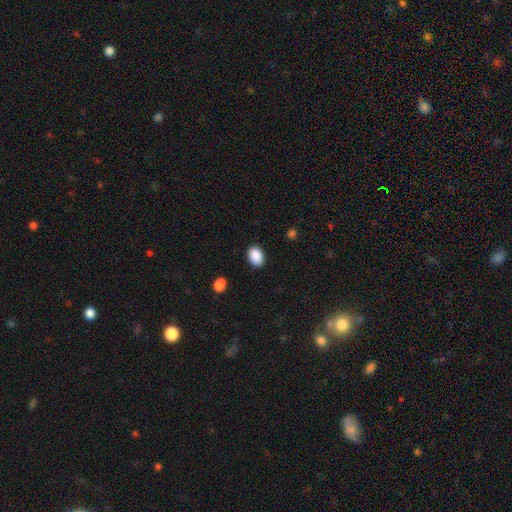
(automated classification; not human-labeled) Smooth or featured? Predicted: smooth (p=0.89). How rounded? Predicted: in between (p=0.78). Merging? Predicted: none (p=0.88).